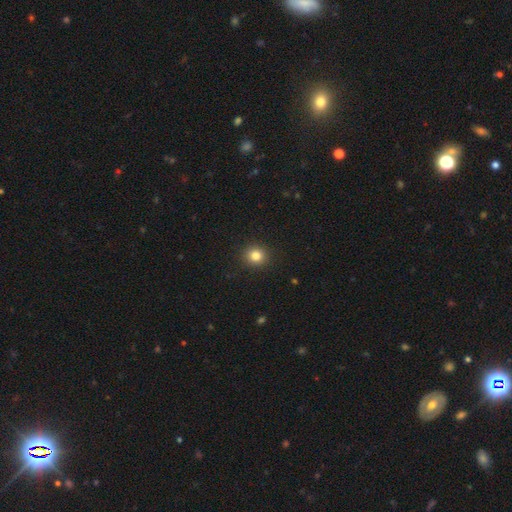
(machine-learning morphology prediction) Smooth or featured? smooth (83%)
How rounded? round (87%)
Merging? none (92%)